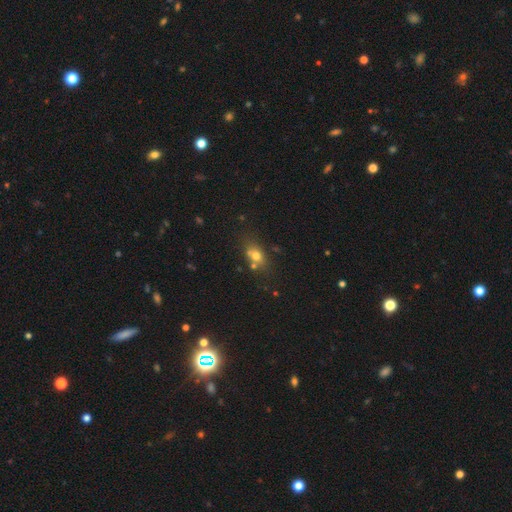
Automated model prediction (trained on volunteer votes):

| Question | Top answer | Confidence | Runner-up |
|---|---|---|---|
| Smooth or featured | smooth | 69% | featured or disk (17%) |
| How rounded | in between | 59% | round (37%) |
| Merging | none | 56% | merger (23%) |